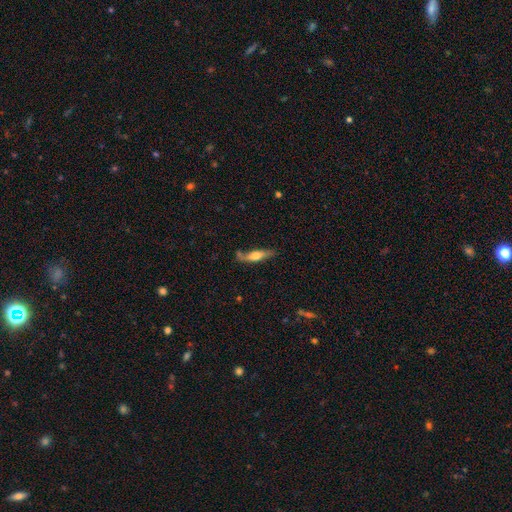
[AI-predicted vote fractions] This appears to be a smooth galaxy with no disk features (49%). Merging: none (65%).